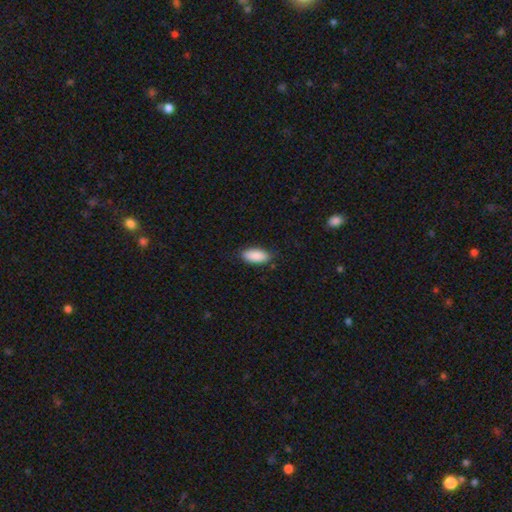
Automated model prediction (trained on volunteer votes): smooth-or-featured: smooth: 90% | star or artifact: 6% | featured or disk: 4%
  how-rounded: in between: 88% | cigar-shaped: 10% | round: 2%
  merging: none: 84% | minor disturbance: 12% | major disturbance: 2% | merger: 1%